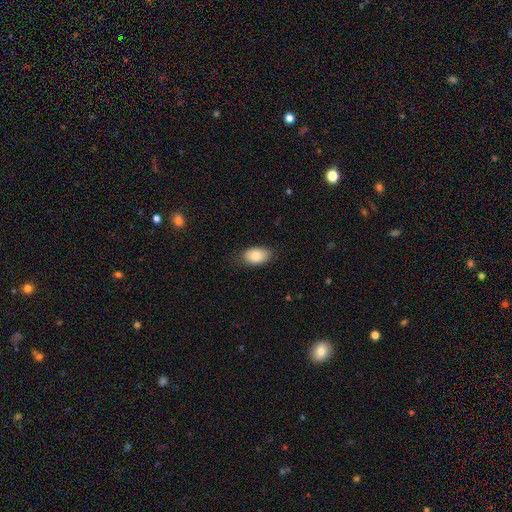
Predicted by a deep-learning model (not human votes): The model was most divided on "merging": none: 77%, minor disturbance: 18%, major disturbance: 4%, merger: 1%. More confident: how rounded — in between (91%); smooth or featured — smooth (85%).